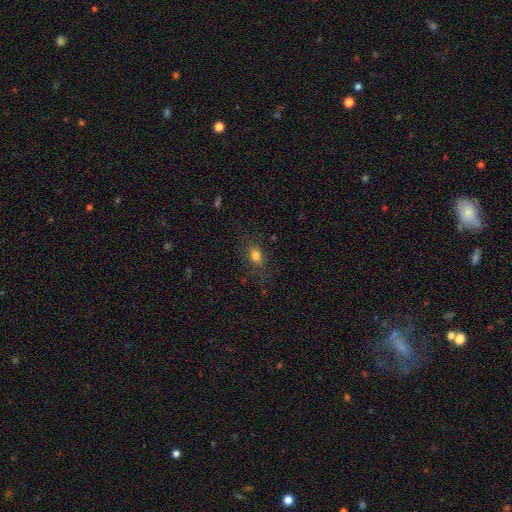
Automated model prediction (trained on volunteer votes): A smooth galaxy with no disk features (79%) that is in between round and cigar-shaped (74%). Merging: none (78%).